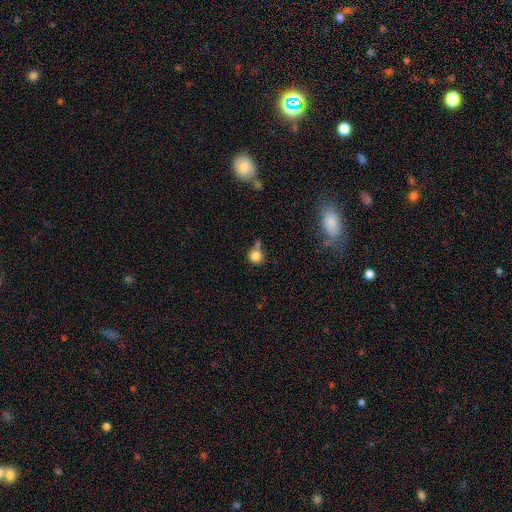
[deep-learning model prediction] Overall: smooth (80%). How rounded: round (86%). Merging: none (49%; minor disturbance 22%).